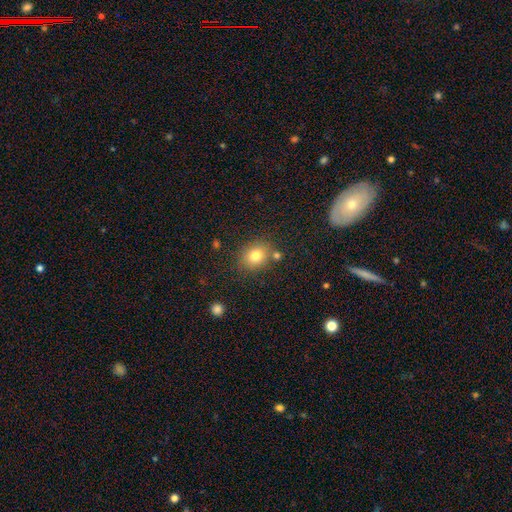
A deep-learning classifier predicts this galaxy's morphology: Smooth or featured? smooth (79%)
How rounded? round (63%)
Merging? none (77%)